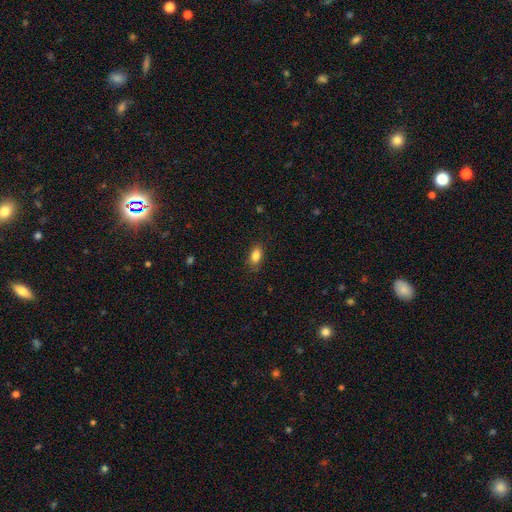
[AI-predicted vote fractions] The model was most divided on "merging": none: 83%, minor disturbance: 13%, major disturbance: 3%, merger: 1%. More confident: how rounded — in between (88%); smooth or featured — smooth (86%).